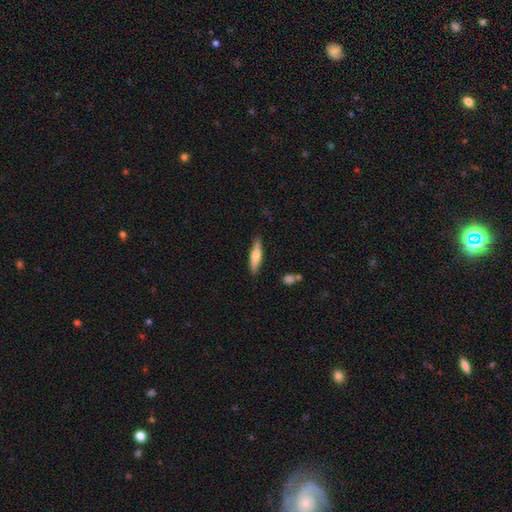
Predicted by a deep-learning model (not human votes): This is likely a smooth galaxy (61%). How rounded: likely cigar-shaped (78%). Merging: clearly none (85%).